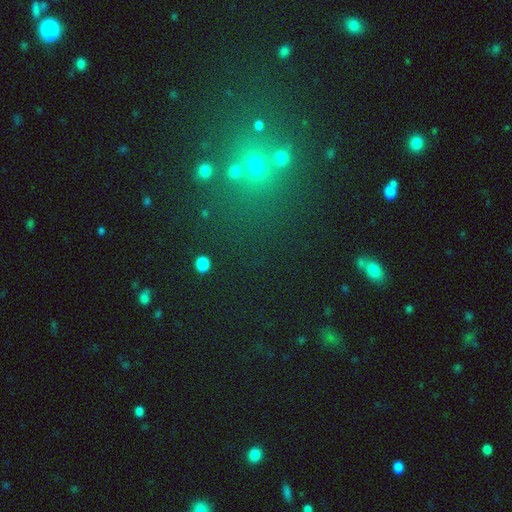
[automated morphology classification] star or artifact 54%, smooth 34%, featured or disk 12%.